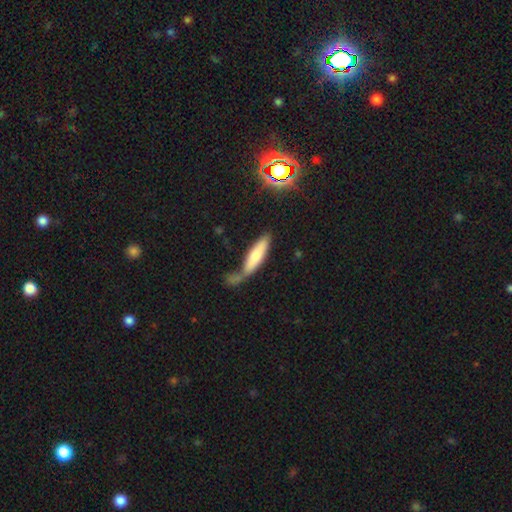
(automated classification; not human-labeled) smooth-or-featured: smooth: 72% | featured or disk: 22% | star or artifact: 7%
  how-rounded: cigar-shaped: 69% | in between: 29% | round: 2%
  merging: none: 40% | merger: 24% | minor disturbance: 21% | major disturbance: 14%